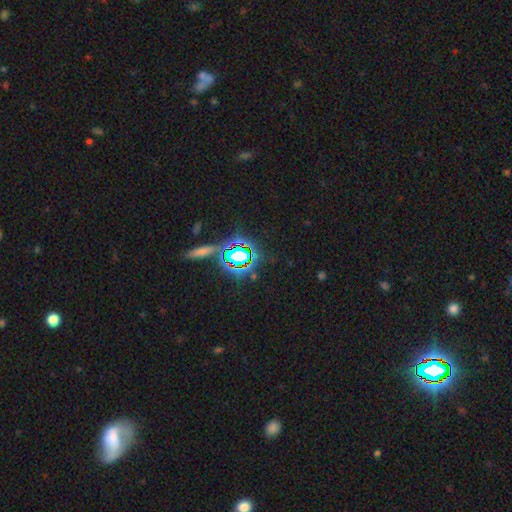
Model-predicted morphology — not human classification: smooth_or_featured: star or artifact (p=0.73) [alt: smooth p=0.17]